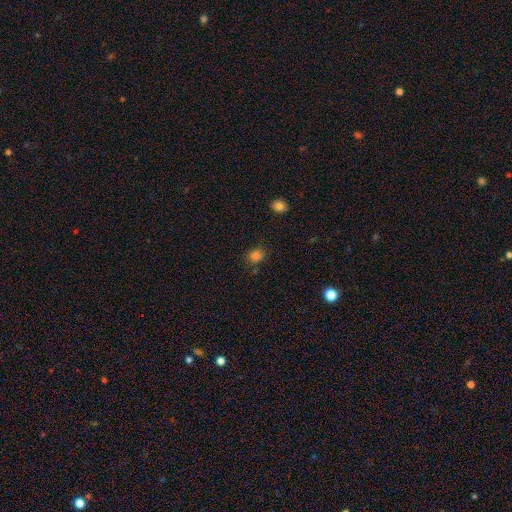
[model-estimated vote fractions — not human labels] Smooth or featured?
  - smooth: 81% *
  - star or artifact: 15%
  - featured or disk: 4%
How rounded?
  - round: 65% *
  - in between: 34%
  - cigar-shaped: 1%
Merging?
  - none: 76% *
  - minor disturbance: 15%
  - merger: 5%
  - major disturbance: 4%